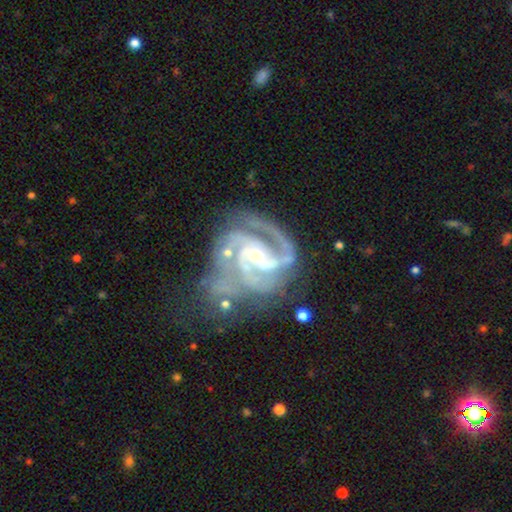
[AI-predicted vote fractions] featured or disk 92%, star or artifact 5%, smooth 3%. Down the decision tree: edge-on disk — no (98%); bar — no (45%); spiral arms — yes (98%); spiral arm count — 2 (48%); spiral winding — medium (48%); bulge size — small (66%); merging — none (43%).